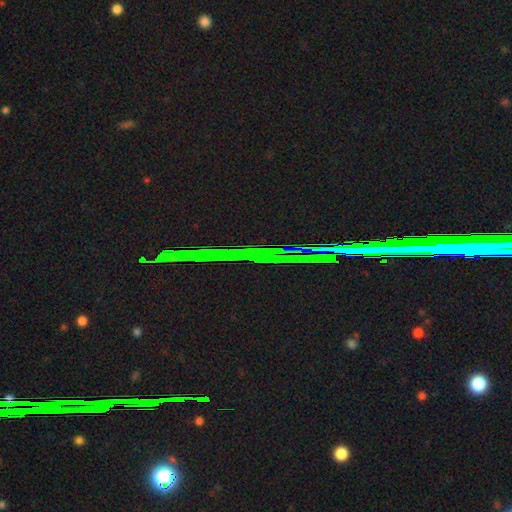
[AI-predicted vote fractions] The model was most divided on "smooth or featured": star or artifact: 86%, featured or disk: 8%, smooth: 6%.